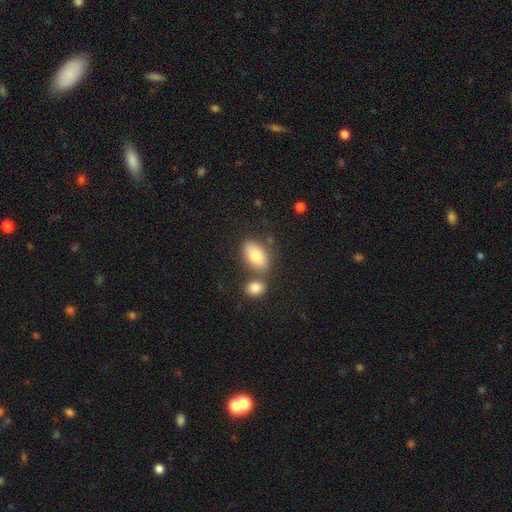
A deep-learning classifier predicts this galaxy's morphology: This is clearly a smooth galaxy (80%). How rounded: clearly in between (91%). Merging: likely none (62%).